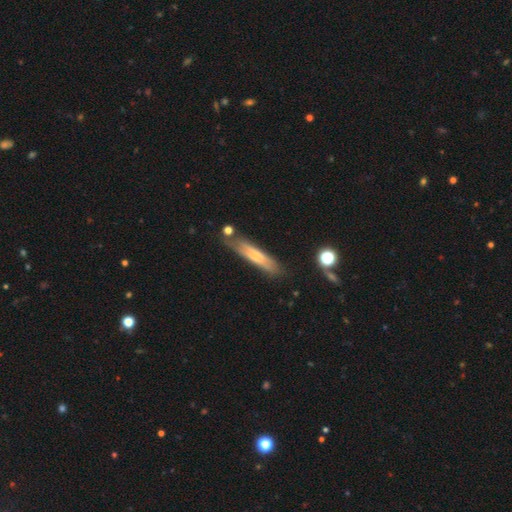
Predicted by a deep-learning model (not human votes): Q: Smooth or featured?
A: smooth (60%); runner-up: featured or disk (33%)
Q: How rounded?
A: cigar-shaped (84%); runner-up: in between (14%)
Q: Merging?
A: none (71%); runner-up: minor disturbance (19%)